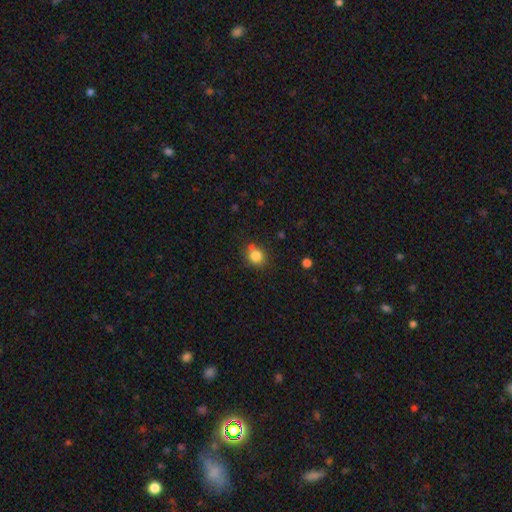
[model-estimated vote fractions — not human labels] This appears to be a smooth galaxy with no disk features (83%) that is round (72%). Merging: none (70%).